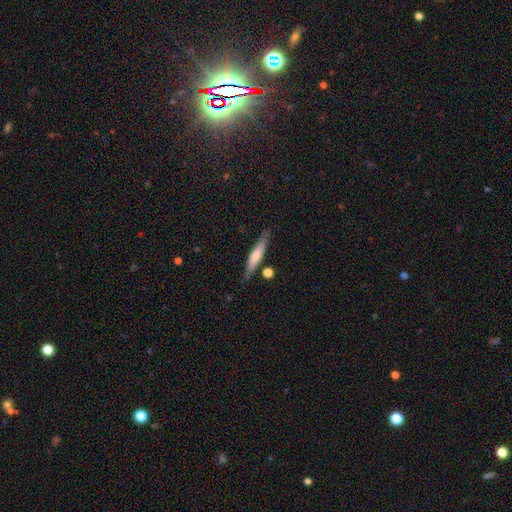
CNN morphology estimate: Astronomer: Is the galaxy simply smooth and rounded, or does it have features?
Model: smooth — 53% (runner-up: featured or disk, 41%).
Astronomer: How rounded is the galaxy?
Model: cigar-shaped — 87%.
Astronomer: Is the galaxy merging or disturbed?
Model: none — 80%.